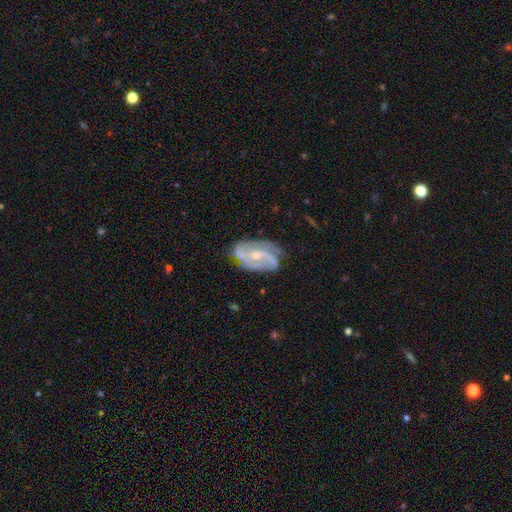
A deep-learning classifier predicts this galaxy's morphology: Smooth or featured? featured or disk (85%)
Edge-on disk? no (97%)
Bar? no (48%)
Spiral arms? yes (95%)
Spiral winding? medium (48%)
Spiral arm count? 2 (58%)
Bulge size? small (51%)
Merging? none (63%)